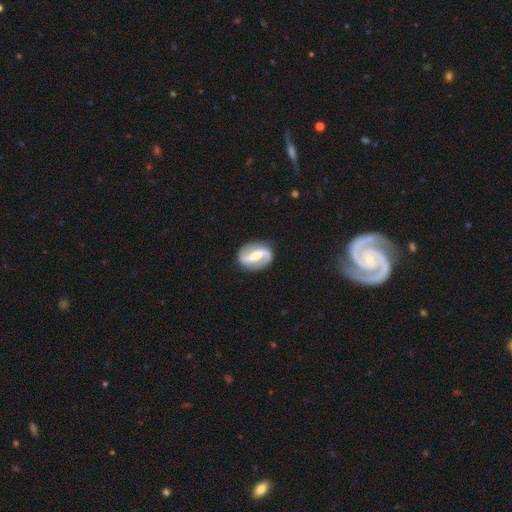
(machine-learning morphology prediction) Smooth or featured? featured or disk (85%)
Edge-on disk? no (97%)
Bar? strong (61%)
Spiral arms? yes (92%)
Spiral winding? loose (54%)
Spiral arm count? 2 (93%)
Bulge size? moderate (50%)
Merging? none (87%)